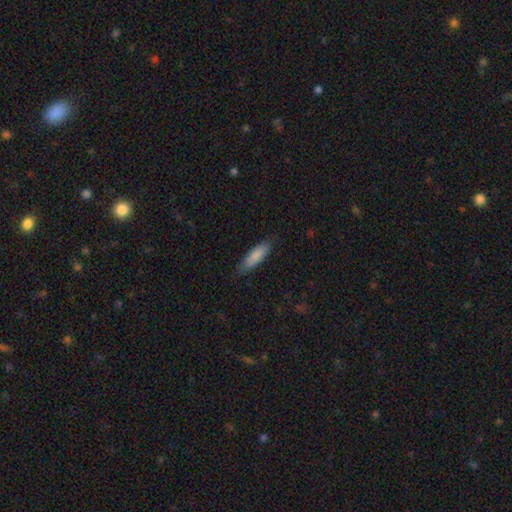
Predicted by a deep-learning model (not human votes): smooth 85%, featured or disk 9%, star or artifact 6%. Down the decision tree: how rounded — cigar-shaped (56%); merging — none (83%).